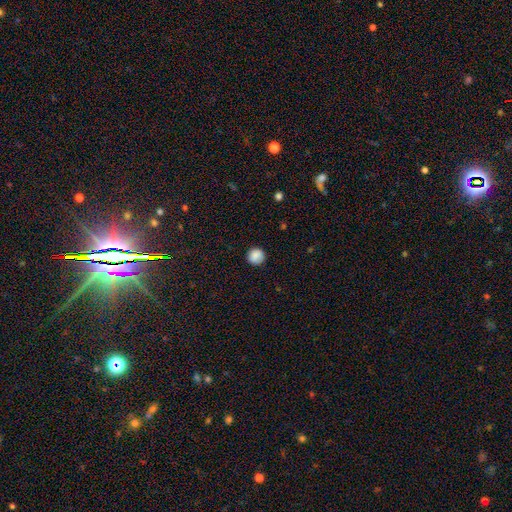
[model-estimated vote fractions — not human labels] The model was most divided on "smooth or featured": smooth: 87%, star or artifact: 9%, featured or disk: 4%. More confident: how rounded — round (94%); merging — none (88%).